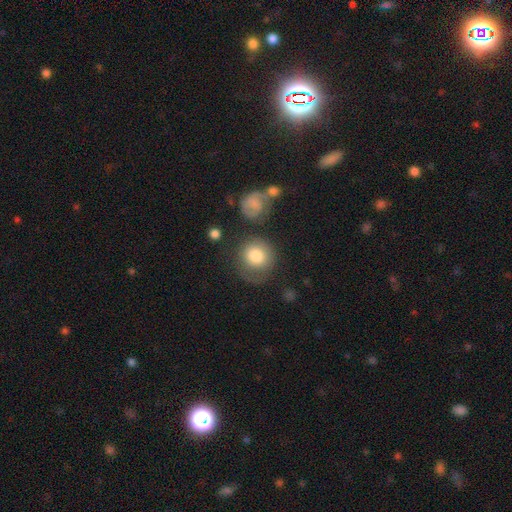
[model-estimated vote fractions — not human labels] Morphology: type=smooth (77%); roundness=round (88%); merging=none (57%).